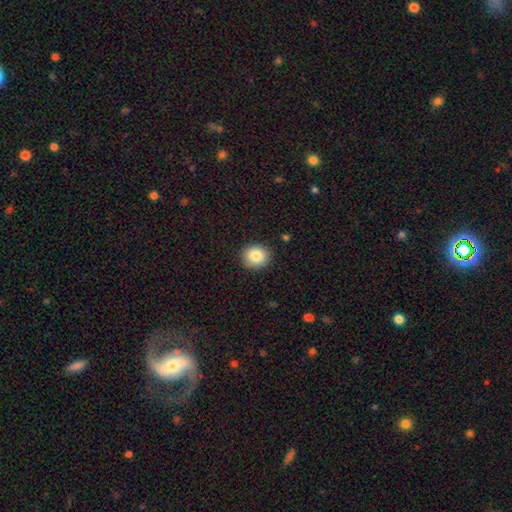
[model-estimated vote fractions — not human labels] A smooth galaxy with no disk features (85%) that is round (85%). Merging: none (90%).